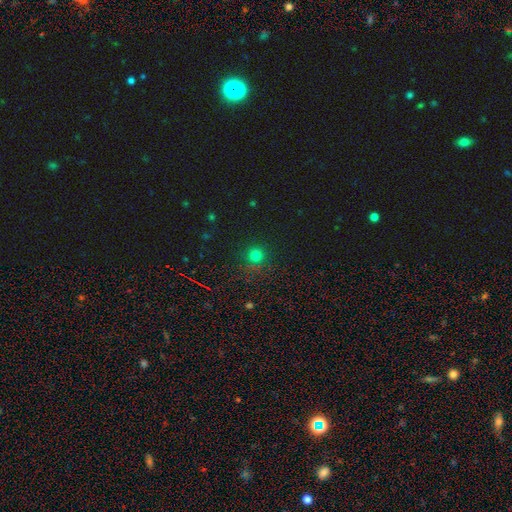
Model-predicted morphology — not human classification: Smooth or featured? smooth (72%)
How rounded? round (93%)
Merging? none (85%)